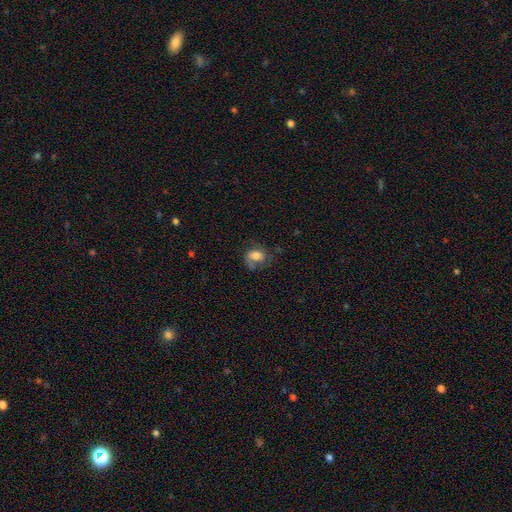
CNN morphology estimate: Smooth or featured? Predicted: smooth (p=0.65). How rounded? Predicted: in between (p=0.67). Merging? Predicted: none (p=0.46).